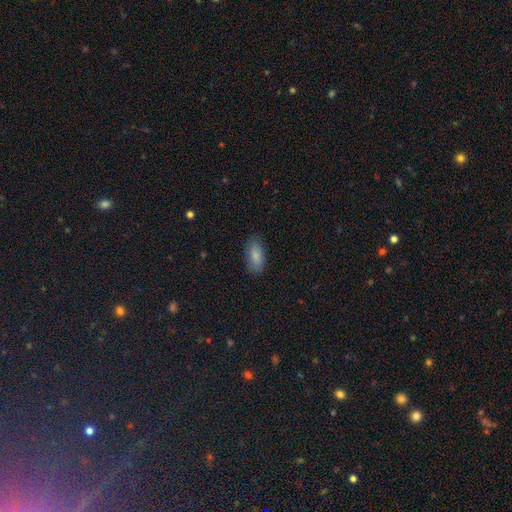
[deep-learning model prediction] Morphology: type=smooth (85%); roundness=in between (89%); merging=none (81%).